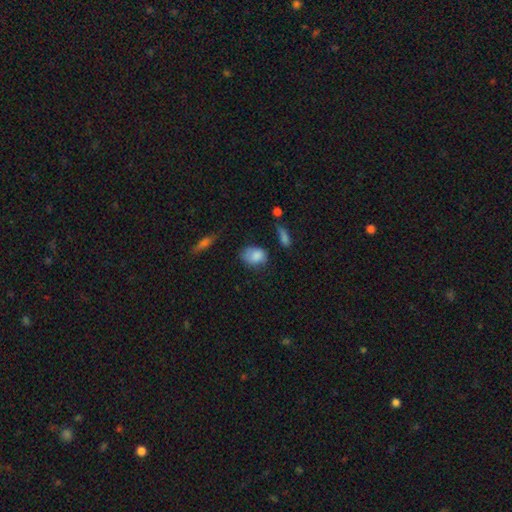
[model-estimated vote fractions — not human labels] A smooth galaxy with no disk features (82%) that is in between round and cigar-shaped (72%).

Vote fractions:
- Smooth or featured? smooth: 82% / featured or disk: 9% / star or artifact: 8%
- How rounded? in between: 72% / round: 26% / cigar-shaped: 2%
- Merging? none: 51% / minor disturbance: 33% / major disturbance: 11% / merger: 5%